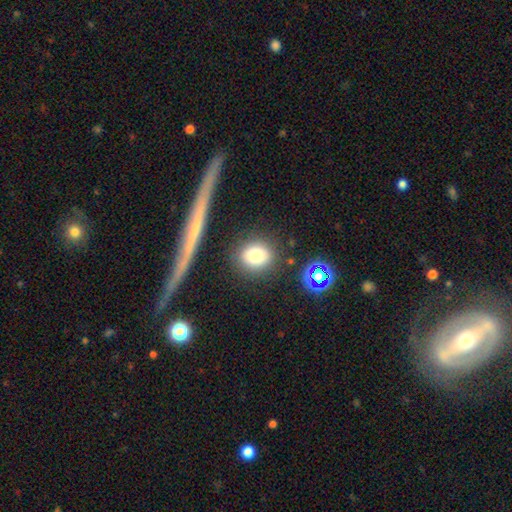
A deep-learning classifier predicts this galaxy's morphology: This appears to be a smooth galaxy with no disk features (78%) that is round (71%). Merging: none (83%).